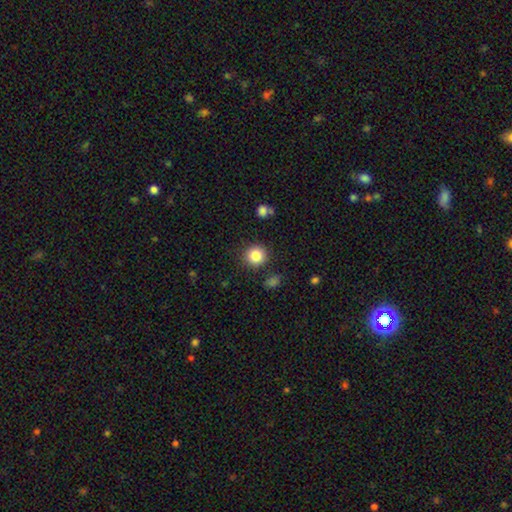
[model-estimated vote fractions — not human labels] smooth_or_featured: smooth (p=0.85) [alt: star or artifact p=0.10]
how_rounded: round (p=0.91) [alt: in between p=0.08]
merging: none (p=0.87) [alt: minor disturbance p=0.08]